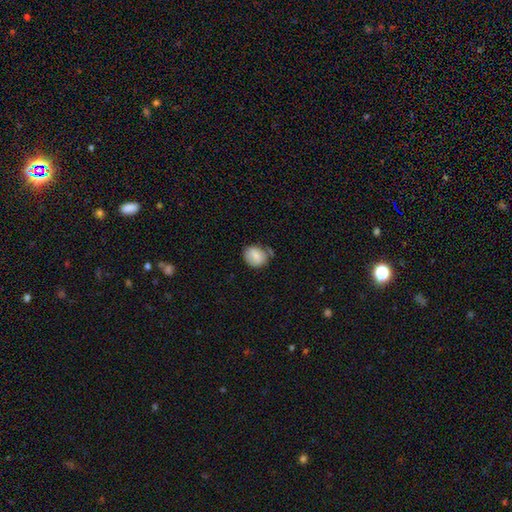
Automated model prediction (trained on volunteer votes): Morphology: type=smooth (76%); roundness=round (53%); merging=none (60%).